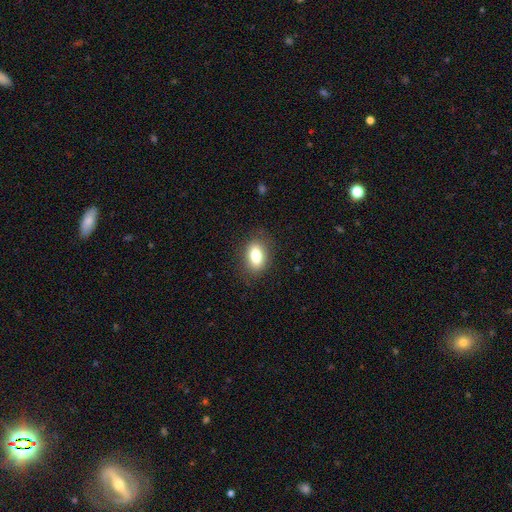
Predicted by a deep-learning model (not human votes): A smooth galaxy with no disk features (79%) that is in between round and cigar-shaped (84%). Merging: none (83%).